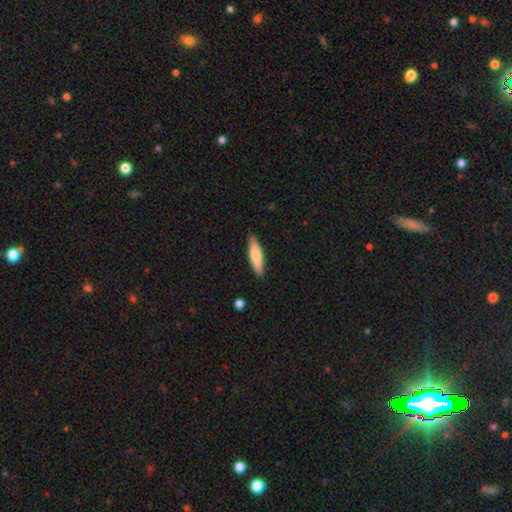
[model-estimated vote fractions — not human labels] This is likely a smooth galaxy (72%). How rounded: likely cigar-shaped (75%). Merging: clearly none (88%).